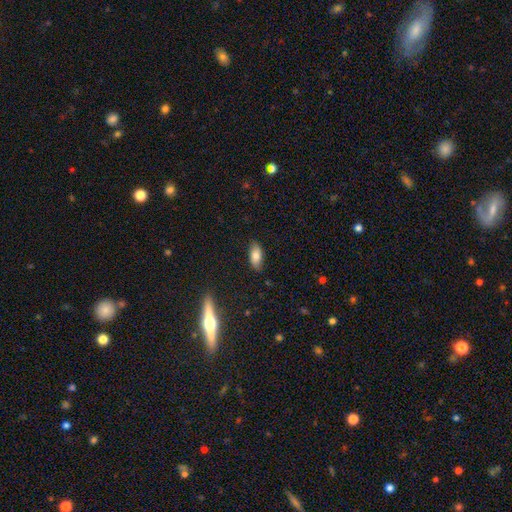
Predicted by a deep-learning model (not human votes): The model was most divided on "smooth or featured": smooth: 78%, featured or disk: 14%, star or artifact: 8%. More confident: how rounded — in between (87%); merging — none (83%).